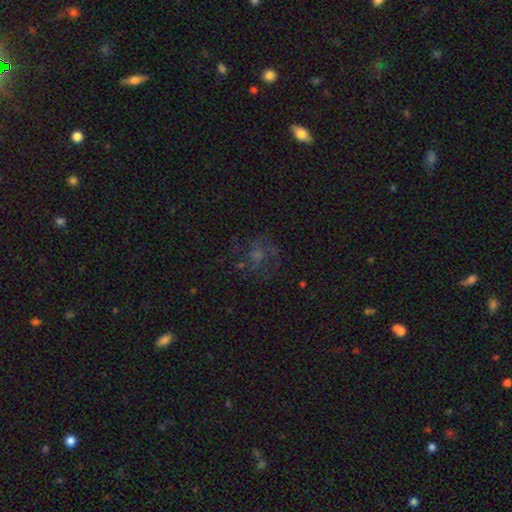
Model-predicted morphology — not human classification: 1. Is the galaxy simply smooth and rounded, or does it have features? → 38% star or artifact, 35% featured or disk, 27% smooth.